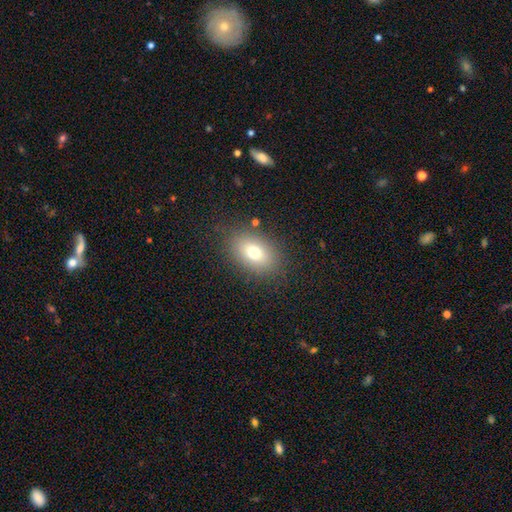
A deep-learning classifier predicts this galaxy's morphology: Q: Smooth or featured?
A: smooth (74%); runner-up: featured or disk (14%)
Q: How rounded?
A: in between (81%); runner-up: round (18%)
Q: Merging?
A: none (86%); runner-up: minor disturbance (9%)